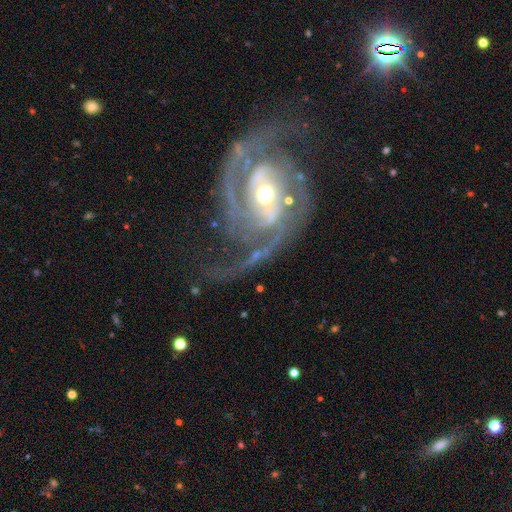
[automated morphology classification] Smooth or featured? Predicted: featured or disk (p=0.91). Edge-on disk? Predicted: no (p=0.97). Bar? Predicted: no (p=0.41). Spiral arms? Predicted: yes (p=0.97). Spiral winding? Predicted: medium (p=0.47). Spiral arm count? Predicted: 2 (p=0.62). Bulge size? Predicted: moderate (p=0.67). Merging? Predicted: none (p=0.57).